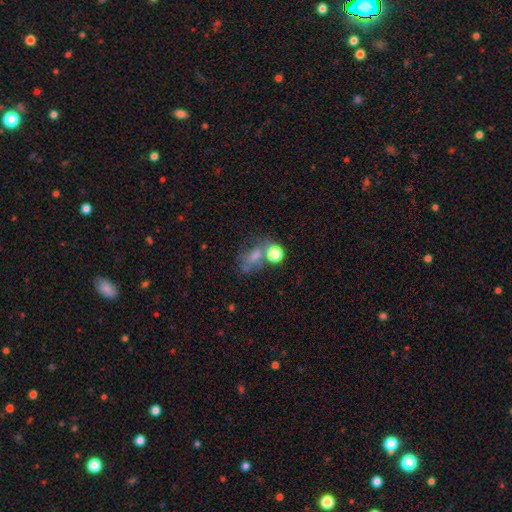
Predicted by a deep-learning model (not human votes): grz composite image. It shows a smooth galaxy with no disk features (44%). Merging: none (44%).